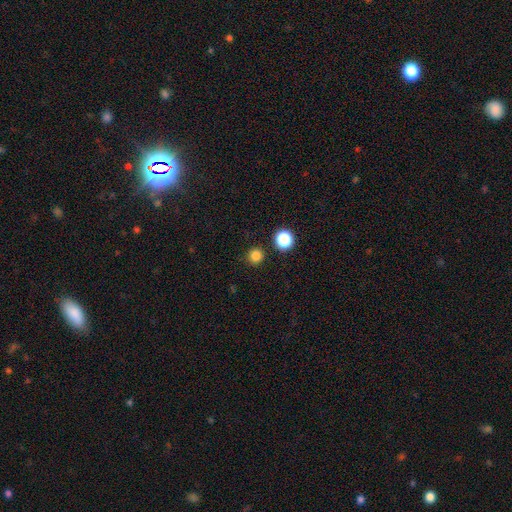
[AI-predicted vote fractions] Smooth or featured?
  - smooth: 82% *
  - star or artifact: 14%
  - featured or disk: 3%
How rounded?
  - round: 95% *
  - in between: 4%
  - cigar-shaped: 1%
Merging?
  - none: 91% *
  - minor disturbance: 5%
  - merger: 2%
  - major disturbance: 2%